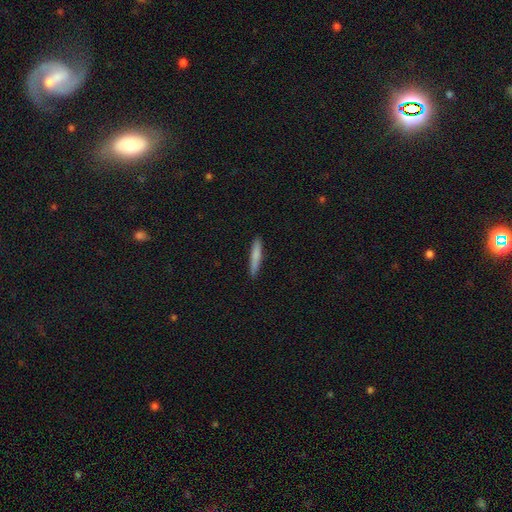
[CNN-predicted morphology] A smooth galaxy with no disk features (78%) that is cigar-shaped (92%).

Vote fractions:
- Smooth or featured? smooth: 78% / featured or disk: 16% / star or artifact: 6%
- How rounded? cigar-shaped: 92% / in between: 6% / round: 1%
- Merging? none: 89% / minor disturbance: 8% / major disturbance: 2% / merger: 1%